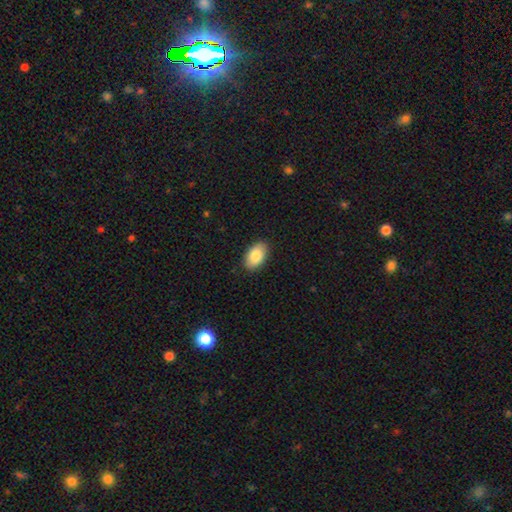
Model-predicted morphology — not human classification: Q: Smooth or featured?
A: smooth (86%); runner-up: featured or disk (7%)
Q: How rounded?
A: in between (93%); runner-up: round (5%)
Q: Merging?
A: none (88%); runner-up: minor disturbance (9%)